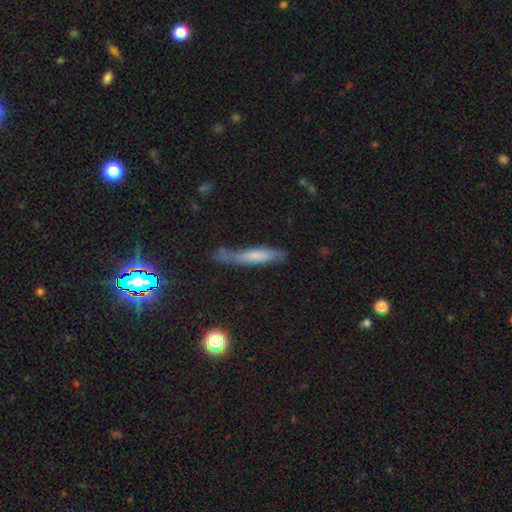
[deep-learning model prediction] Morphology: type=smooth (61%); roundness=cigar-shaped (86%); merging=none (53%).